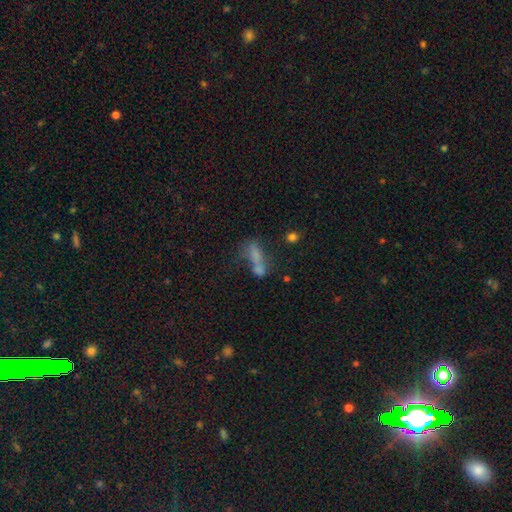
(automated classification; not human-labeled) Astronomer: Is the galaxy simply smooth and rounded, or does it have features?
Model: smooth — 62%.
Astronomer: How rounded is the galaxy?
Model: in between — 63%.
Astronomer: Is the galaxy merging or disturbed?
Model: merger — 50%.